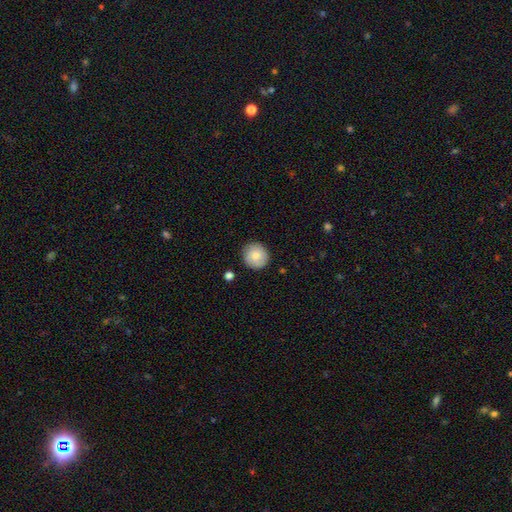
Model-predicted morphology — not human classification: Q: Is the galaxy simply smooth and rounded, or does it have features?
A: smooth — 80%.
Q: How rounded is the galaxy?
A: round — 93%.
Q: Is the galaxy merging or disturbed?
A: none — 88%.